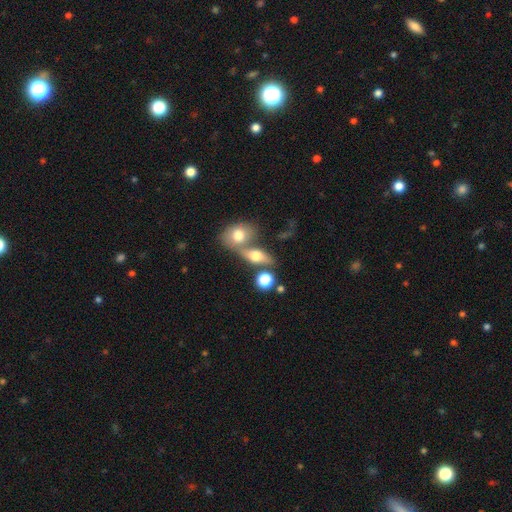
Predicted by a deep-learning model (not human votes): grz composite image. It shows a smooth galaxy with no disk features (61%) that is in between round and cigar-shaped (63%). Merging: merger (44%).